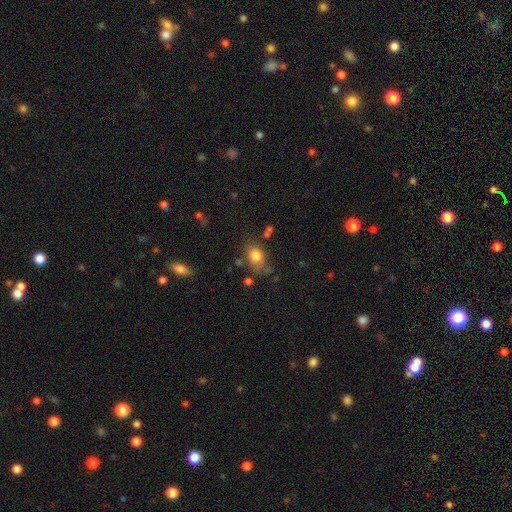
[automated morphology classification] A smooth galaxy with no disk features (80%) that is in between round and cigar-shaped (63%).

Vote fractions:
- Smooth or featured? smooth: 80% / star or artifact: 10% / featured or disk: 9%
- How rounded? in between: 63% / round: 36% / cigar-shaped: 2%
- Merging? none: 61% / minor disturbance: 23% / major disturbance: 9% / merger: 8%